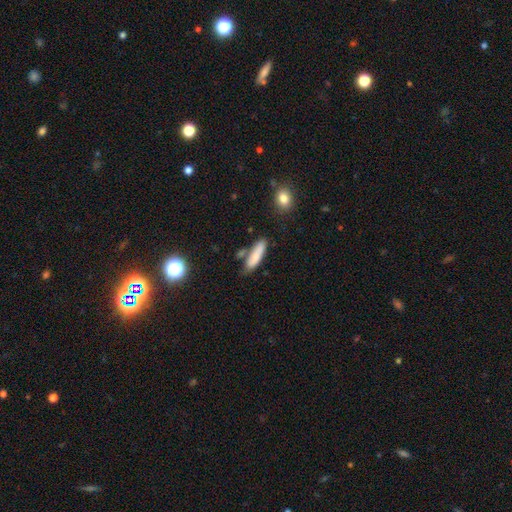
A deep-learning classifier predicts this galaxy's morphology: A smooth galaxy with no disk features (80%) that is cigar-shaped (64%).

Vote fractions:
- Smooth or featured? smooth: 80% / featured or disk: 13% / star or artifact: 7%
- How rounded? cigar-shaped: 64% / in between: 34% / round: 2%
- Merging? none: 64% / minor disturbance: 20% / merger: 11% / major disturbance: 5%